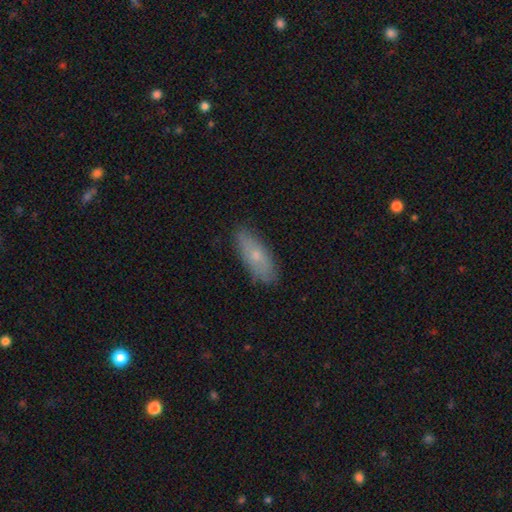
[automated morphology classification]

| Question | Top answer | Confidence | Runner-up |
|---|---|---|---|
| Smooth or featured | smooth | 66% | featured or disk (27%) |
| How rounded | in between | 70% | cigar-shaped (27%) |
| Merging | none | 83% | minor disturbance (14%) |